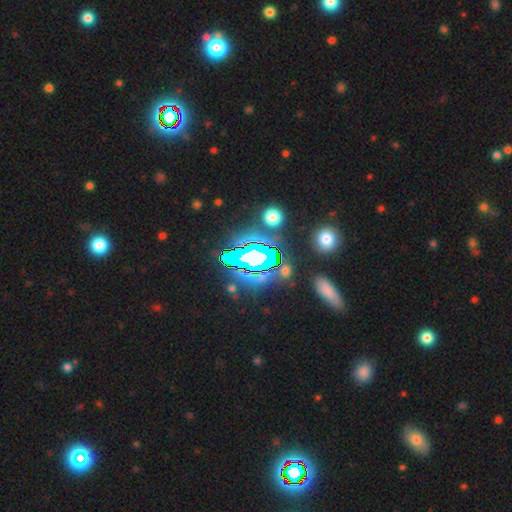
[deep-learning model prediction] Overall: star or artifact (79%).